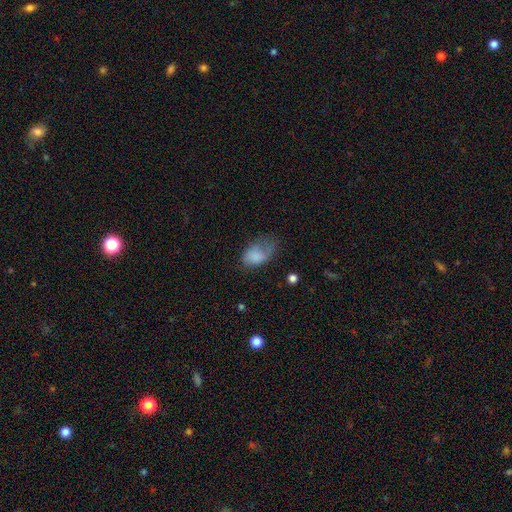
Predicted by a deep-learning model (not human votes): smooth_or_featured: smooth (p=0.76) [alt: featured or disk p=0.15]
how_rounded: in between (p=0.88) [alt: round p=0.11]
merging: major disturbance (p=0.38) [alt: minor disturbance p=0.33]